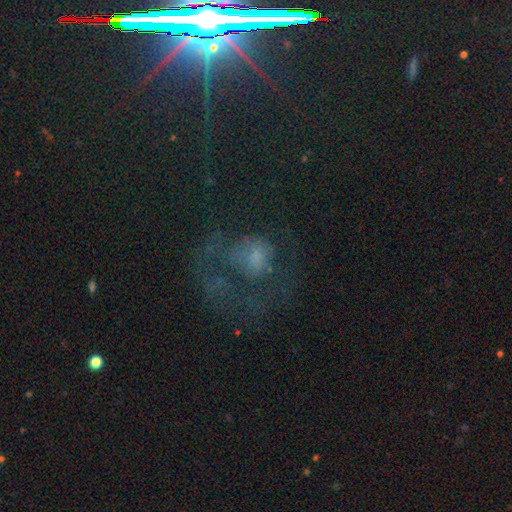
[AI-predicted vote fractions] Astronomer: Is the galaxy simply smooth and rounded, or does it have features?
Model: featured or disk — 41% (runner-up: smooth, 36%).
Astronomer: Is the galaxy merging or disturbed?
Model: major disturbance — 50% (runner-up: none, 30%).